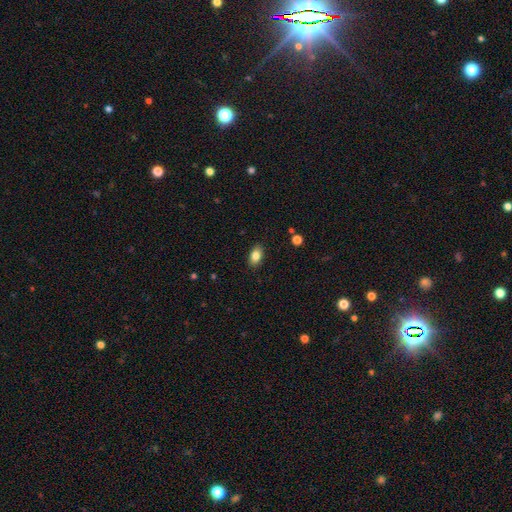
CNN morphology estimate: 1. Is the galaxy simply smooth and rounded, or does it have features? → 84% smooth, 8% star or artifact, 8% featured or disk.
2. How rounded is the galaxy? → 88% in between, 10% round, 2% cigar-shaped.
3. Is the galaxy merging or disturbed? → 87% none, 9% minor disturbance, 2% major disturbance, 1% merger.